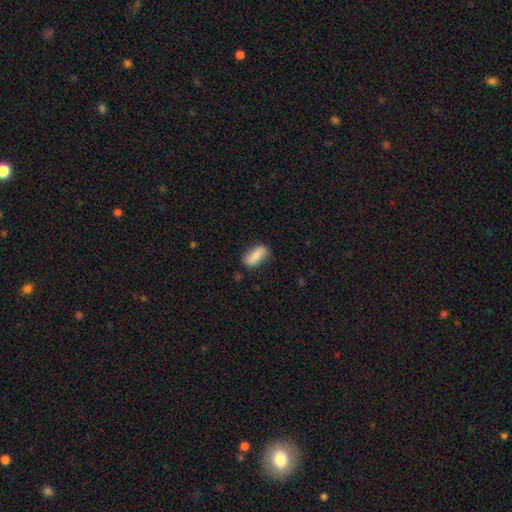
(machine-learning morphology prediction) smooth-or-featured: smooth: 80% | featured or disk: 13% | star or artifact: 6%
  how-rounded: in between: 81% | cigar-shaped: 16% | round: 3%
  merging: none: 78% | minor disturbance: 17% | major disturbance: 4% | merger: 2%